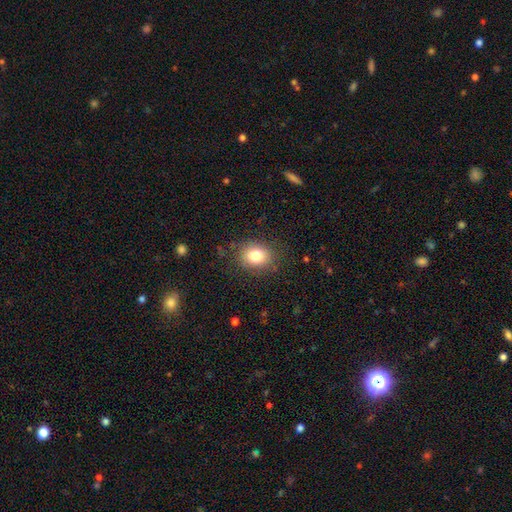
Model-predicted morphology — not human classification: Smooth or featured? smooth (81%)
How rounded? round (53%)
Merging? none (83%)